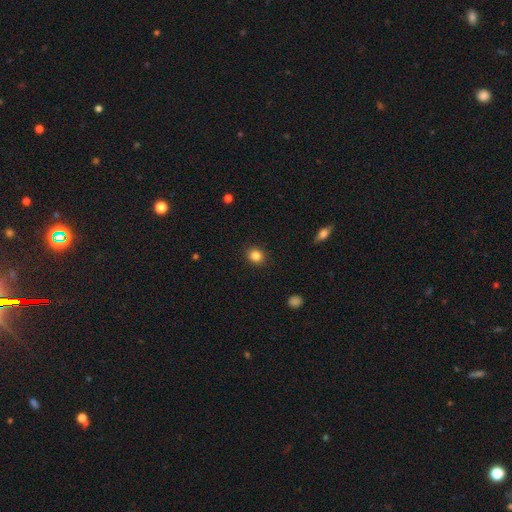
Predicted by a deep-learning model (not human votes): A smooth galaxy with no disk features (85%) that is round (75%). Merging: none (90%).